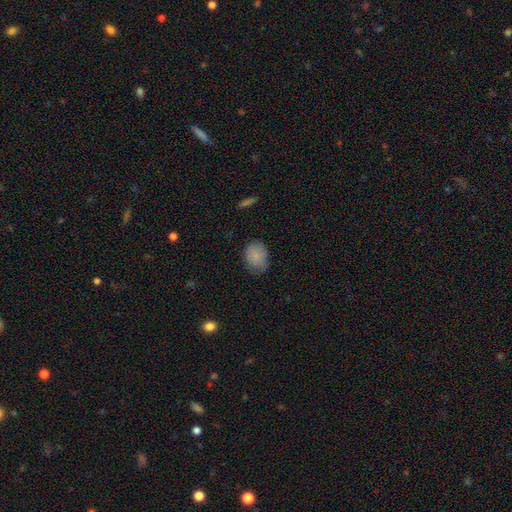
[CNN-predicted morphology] smooth 84%, star or artifact 8%, featured or disk 8%. Down the decision tree: how rounded — in between (63%); merging — none (63%).